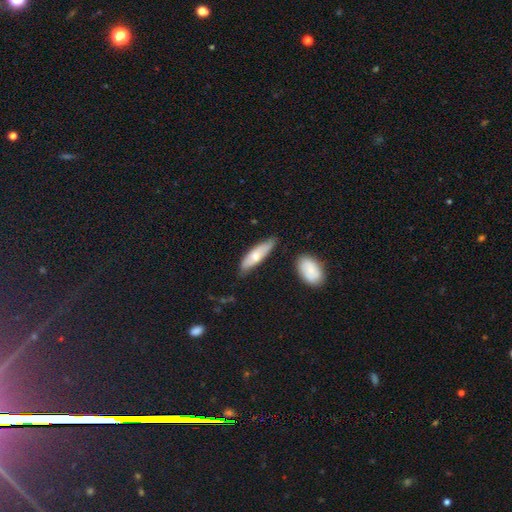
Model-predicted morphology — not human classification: Q: Smooth or featured?
A: smooth (63%); runner-up: featured or disk (32%)
Q: How rounded?
A: cigar-shaped (56%); runner-up: in between (42%)
Q: Merging?
A: none (71%); runner-up: minor disturbance (21%)